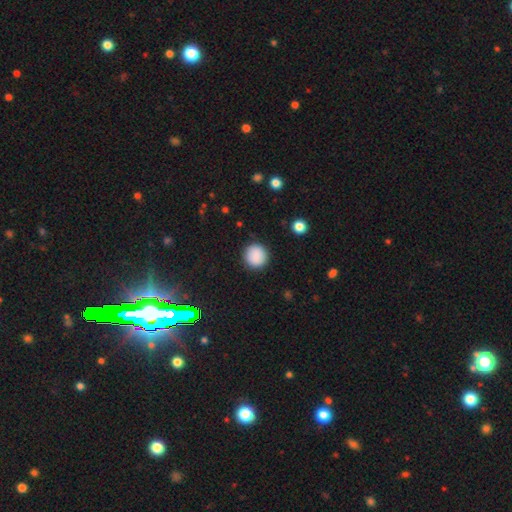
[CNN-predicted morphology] Overall: smooth (87%). How rounded: round (93%). Merging: none (90%).